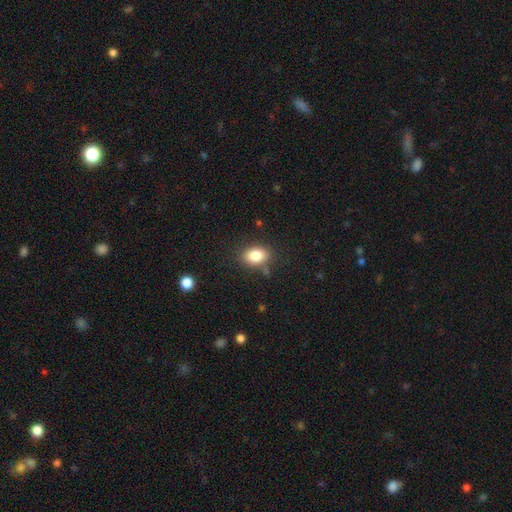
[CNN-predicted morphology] Smooth or featured?
  - smooth: 83% *
  - star or artifact: 9%
  - featured or disk: 7%
How rounded?
  - in between: 74% *
  - round: 25%
  - cigar-shaped: 1%
Merging?
  - none: 80% *
  - minor disturbance: 13%
  - major disturbance: 4%
  - merger: 4%